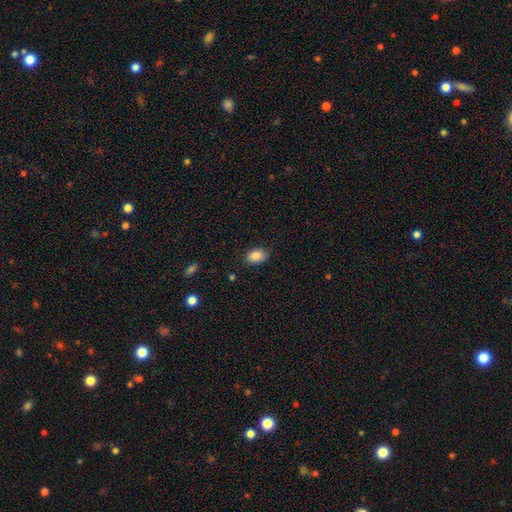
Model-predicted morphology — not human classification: Q: Smooth or featured?
A: smooth (87%); runner-up: star or artifact (8%)
Q: How rounded?
A: in between (77%); runner-up: round (22%)
Q: Merging?
A: none (81%); runner-up: minor disturbance (15%)